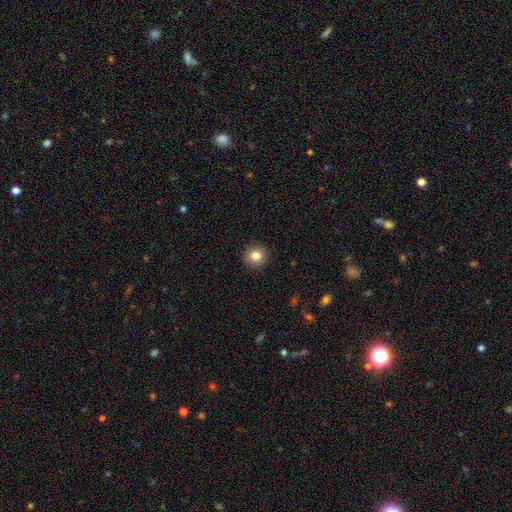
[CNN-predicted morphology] smooth_or_featured: smooth (p=0.82) [alt: star or artifact p=0.10]
how_rounded: round (p=0.94) [alt: in between p=0.05]
merging: none (p=0.92) [alt: minor disturbance p=0.05]